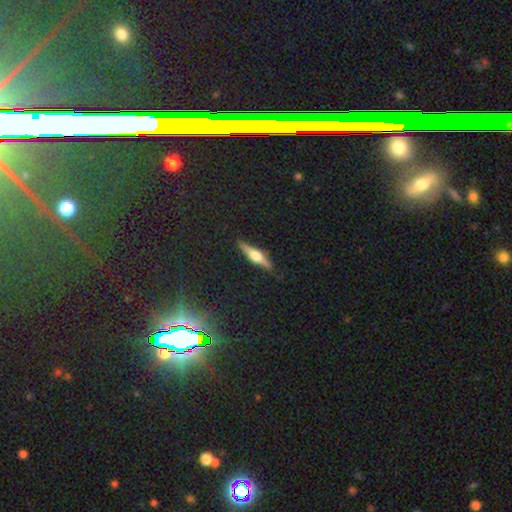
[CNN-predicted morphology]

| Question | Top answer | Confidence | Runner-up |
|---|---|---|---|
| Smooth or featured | featured or disk | 64% | smooth (29%) |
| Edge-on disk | yes | 96% | no (4%) |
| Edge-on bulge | rounded | 91% | boxy (6%) |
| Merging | none | 89% | minor disturbance (8%) |